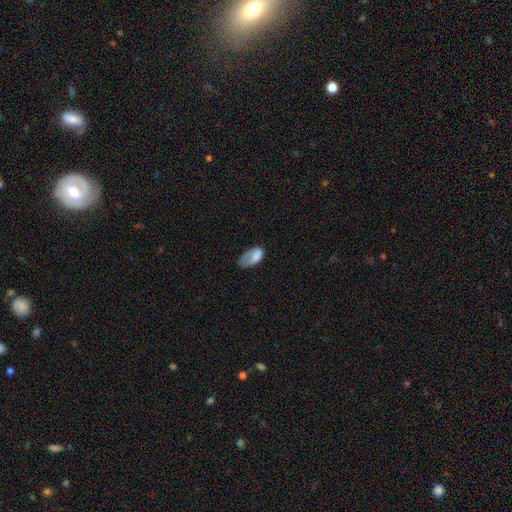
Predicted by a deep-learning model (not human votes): Smooth or featured? Predicted: smooth (p=0.74). How rounded? Predicted: in between (p=0.92). Merging? Predicted: minor disturbance (p=0.36).